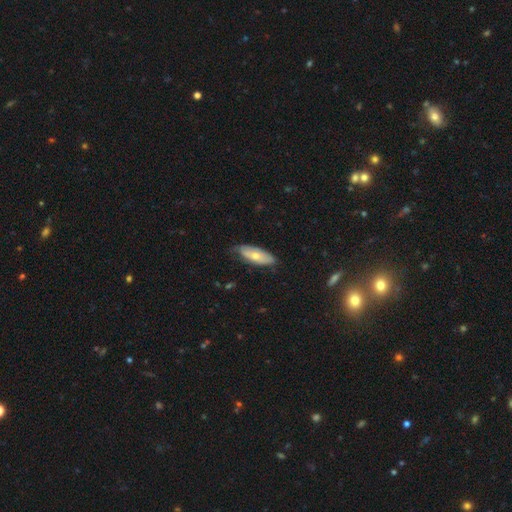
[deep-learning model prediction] Smooth or featured: smooth — 59% (featured or disk — 35%)
How rounded: in between — 74% (cigar-shaped — 23%)
Merging: none — 64% (minor disturbance — 29%)